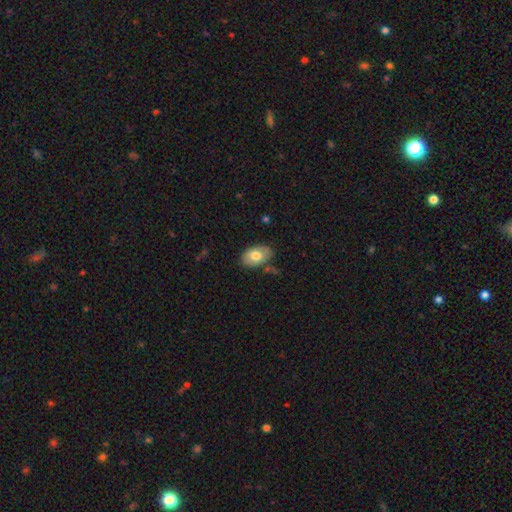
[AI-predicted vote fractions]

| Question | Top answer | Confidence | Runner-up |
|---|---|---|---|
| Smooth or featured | smooth | 72% | featured or disk (22%) |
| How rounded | in between | 89% | round (10%) |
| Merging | none | 77% | minor disturbance (16%) |